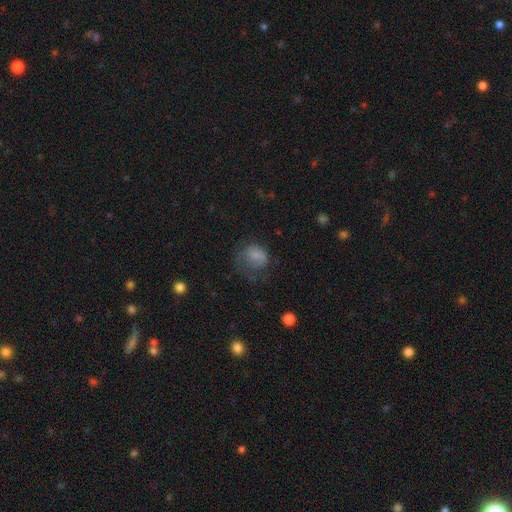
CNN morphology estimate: smooth-or-featured: smooth: 72% | featured or disk: 17% | star or artifact: 11%
  how-rounded: round: 64% | in between: 35% | cigar-shaped: 1%
  merging: major disturbance: 38% | none: 34% | minor disturbance: 26% | merger: 2%